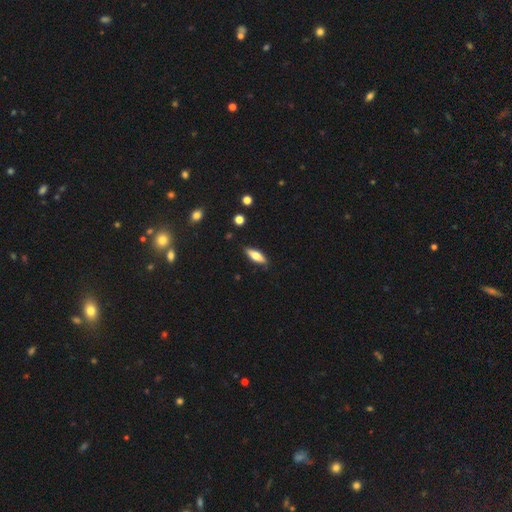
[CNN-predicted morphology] This appears to be a smooth galaxy with no disk features (68%) that is in between round and cigar-shaped (56%). Merging: none (84%).